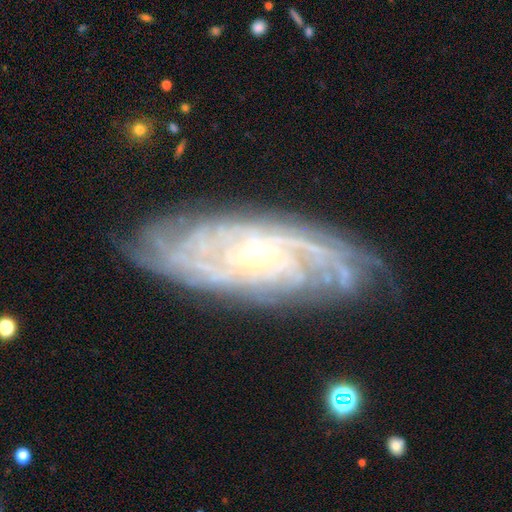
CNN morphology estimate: This appears to be a featured or disk galaxy (89%) with no bar (70%), tight (78%) spiral arms (97%) and a small central bulge (79%). Merging: none (80%).